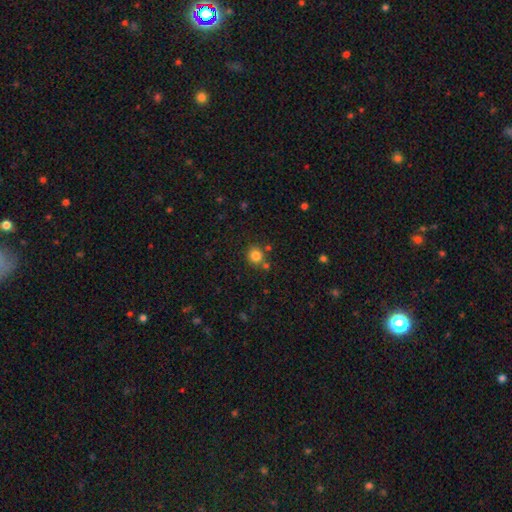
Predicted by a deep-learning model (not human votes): A smooth galaxy with no disk features (82%) that is round (91%). Merging: none (77%).